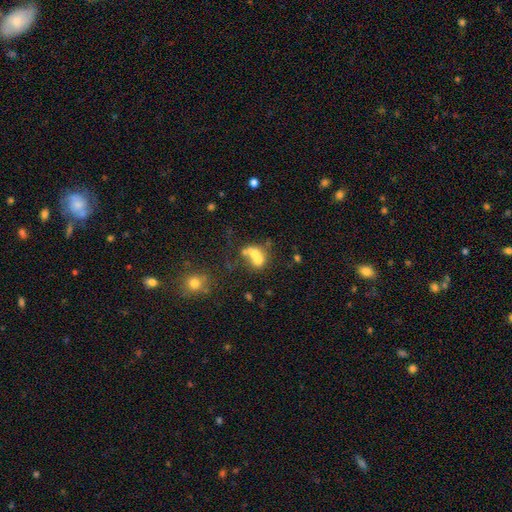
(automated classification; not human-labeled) smooth-or-featured: smooth: 56% | featured or disk: 29% | star or artifact: 15%
  how-rounded: round: 56% | in between: 42% | cigar-shaped: 2%
  merging: merger: 63% | none: 22% | minor disturbance: 7% | major disturbance: 7%